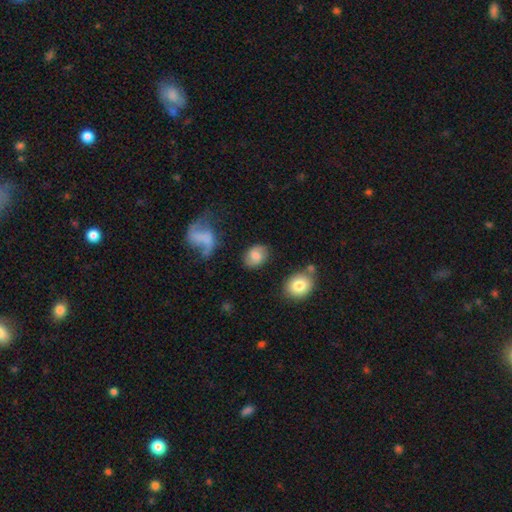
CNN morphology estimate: smooth_or_featured: smooth (p=0.60) [alt: featured or disk p=0.31]
how_rounded: in between (p=0.64) [alt: round p=0.34]
merging: none (p=0.74) [alt: minor disturbance p=0.16]